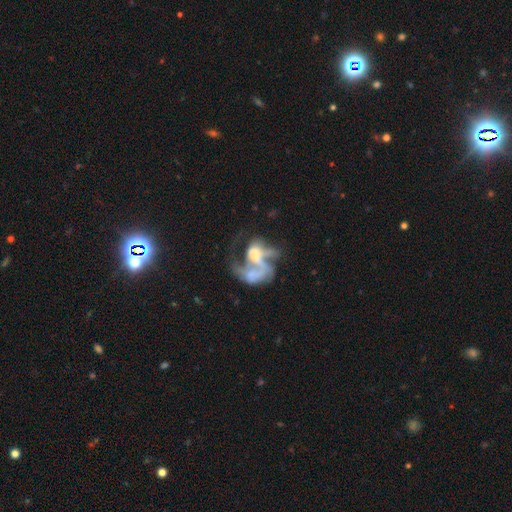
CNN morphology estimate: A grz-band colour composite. It shows a featured or disk galaxy (69%) with no bar (66%), spiral arms (58%) and a moderate central bulge (36%). Merging: merger (49%).